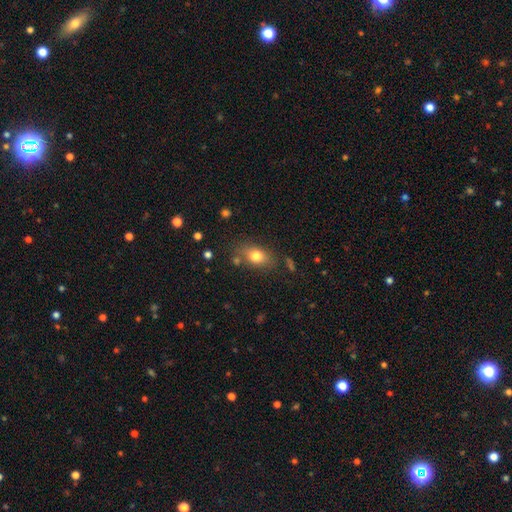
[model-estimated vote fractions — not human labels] Smooth or featured? smooth (77%)
How rounded? in between (73%)
Merging? none (74%)